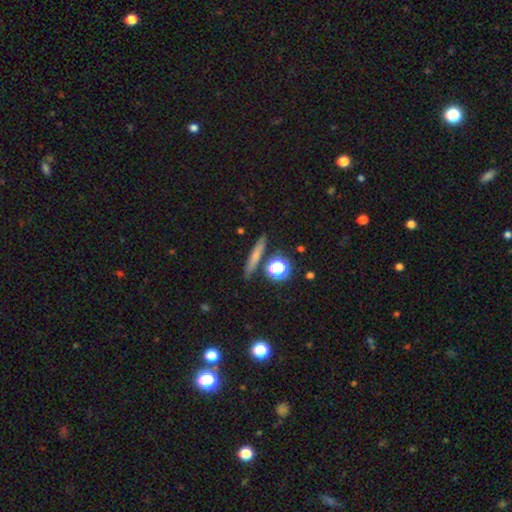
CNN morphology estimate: Overall: smooth (63%; featured or disk 24%). How rounded: cigar-shaped (79%). Merging: none (84%).